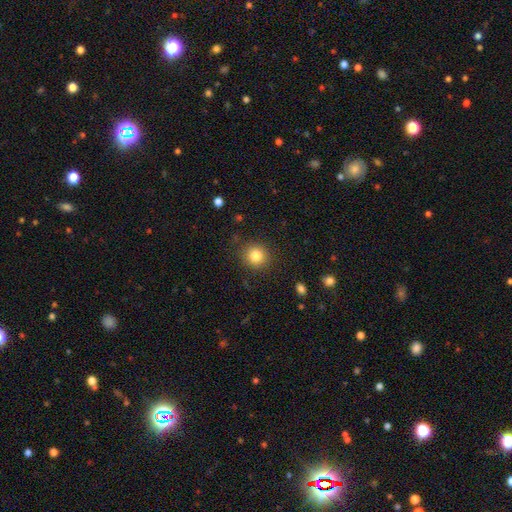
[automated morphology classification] Smooth or featured? Predicted: smooth (p=0.83). How rounded? Predicted: round (p=0.91). Merging? Predicted: none (p=0.88).